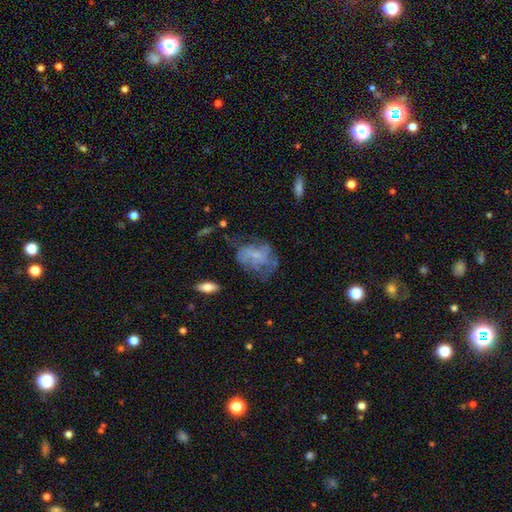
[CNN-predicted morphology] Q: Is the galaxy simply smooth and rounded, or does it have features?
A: featured or disk — 54%.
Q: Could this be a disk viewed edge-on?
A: no — 96%.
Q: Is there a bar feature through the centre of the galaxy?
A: no — 68%.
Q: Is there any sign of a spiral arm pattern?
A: no — 56%.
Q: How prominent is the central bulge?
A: small — 43%.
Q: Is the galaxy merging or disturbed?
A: none — 43%.